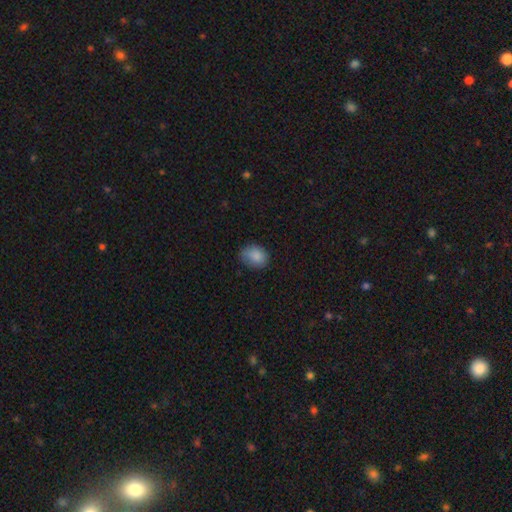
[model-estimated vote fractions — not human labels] Q: Smooth or featured?
A: smooth (86%); runner-up: star or artifact (8%)
Q: How rounded?
A: in between (57%); runner-up: round (42%)
Q: Merging?
A: none (72%); runner-up: minor disturbance (23%)